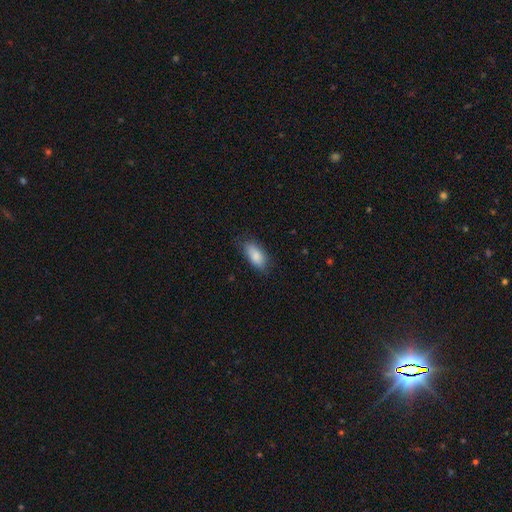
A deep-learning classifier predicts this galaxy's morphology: smooth-or-featured: smooth: 85% | featured or disk: 8% | star or artifact: 7%
  how-rounded: in between: 88% | cigar-shaped: 9% | round: 3%
  merging: none: 76% | minor disturbance: 19% | major disturbance: 4% | merger: 1%